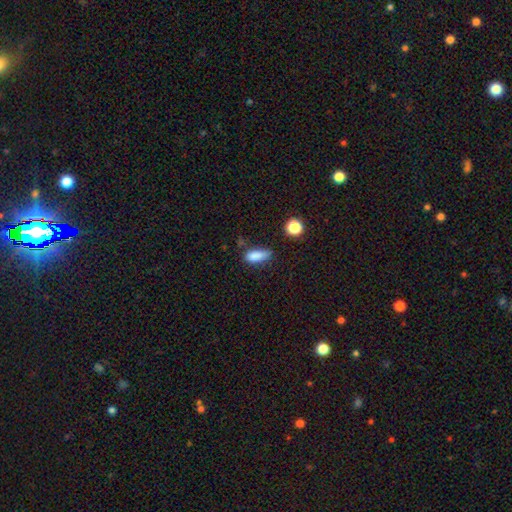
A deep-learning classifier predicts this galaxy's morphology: A smooth galaxy with no disk features (83%) that is in between round and cigar-shaped (74%). Merging: none (53%).